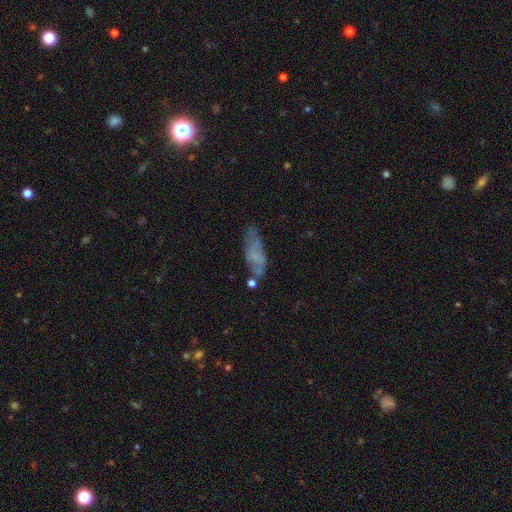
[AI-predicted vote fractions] Overall: smooth (52%; featured or disk 37%). How rounded: in between (54%; cigar-shaped 43%). Merging: none (53%; minor disturbance 26%).